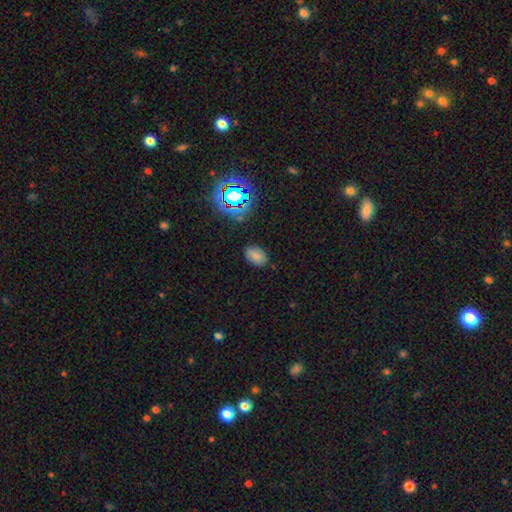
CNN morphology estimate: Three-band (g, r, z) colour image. It shows a smooth galaxy with no disk features (74%) that is in between round and cigar-shaped (85%). Merging: none (82%).